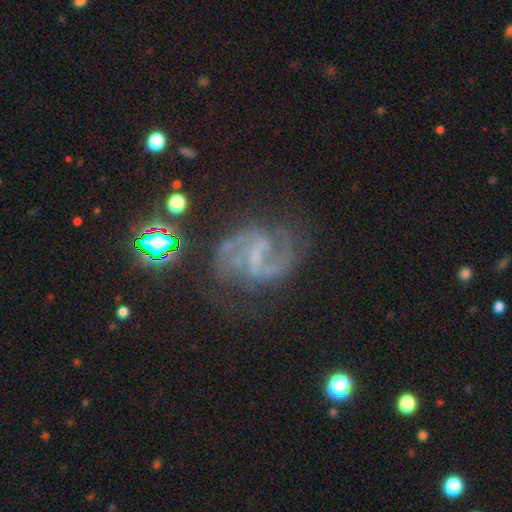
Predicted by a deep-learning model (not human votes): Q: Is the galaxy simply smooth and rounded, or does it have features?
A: featured or disk — 85%.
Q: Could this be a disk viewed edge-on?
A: no — 98%.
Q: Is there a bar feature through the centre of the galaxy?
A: strong — 47%.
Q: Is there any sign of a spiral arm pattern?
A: yes — 95%.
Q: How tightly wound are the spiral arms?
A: medium — 55%.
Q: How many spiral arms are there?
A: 2 — 87%.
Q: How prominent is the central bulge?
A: none — 58%.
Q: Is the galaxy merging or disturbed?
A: none — 67%.